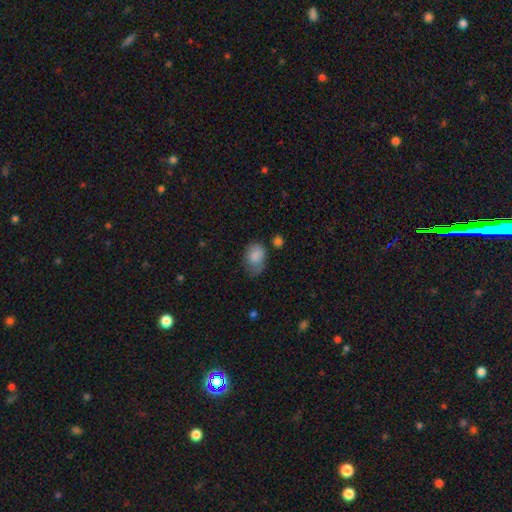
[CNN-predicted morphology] Smooth or featured? Predicted: smooth (p=0.83). How rounded? Predicted: in between (p=0.78). Merging? Predicted: none (p=0.42).